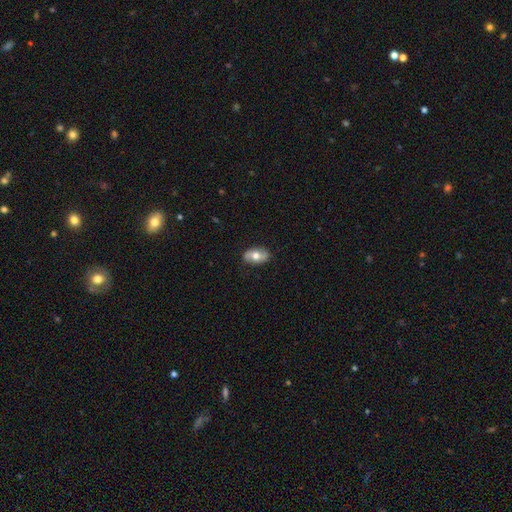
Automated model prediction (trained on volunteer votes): Smooth or featured?
  - smooth: 55% *
  - featured or disk: 38%
  - star or artifact: 7%
How rounded?
  - in between: 87% *
  - round: 10%
  - cigar-shaped: 3%
Merging?
  - none: 84% *
  - minor disturbance: 12%
  - major disturbance: 3%
  - merger: 1%